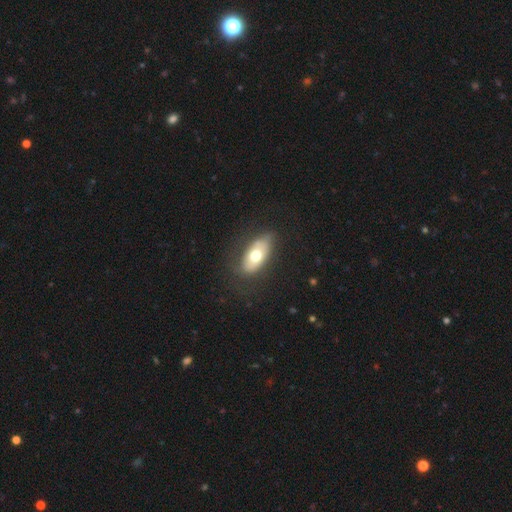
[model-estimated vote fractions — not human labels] smooth_or_featured: smooth (p=0.62) [alt: featured or disk p=0.31]
how_rounded: in between (p=0.87) [alt: cigar-shaped p=0.07]
merging: none (p=0.72) [alt: minor disturbance p=0.19]